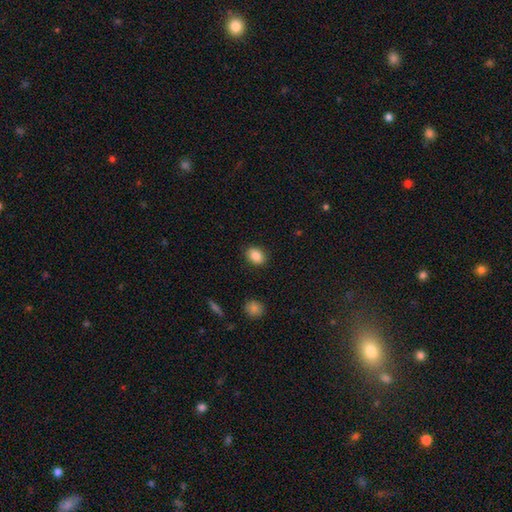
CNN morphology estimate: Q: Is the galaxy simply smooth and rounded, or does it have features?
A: smooth — 87%.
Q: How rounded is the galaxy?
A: in between — 66%.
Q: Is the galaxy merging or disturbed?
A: none — 88%.